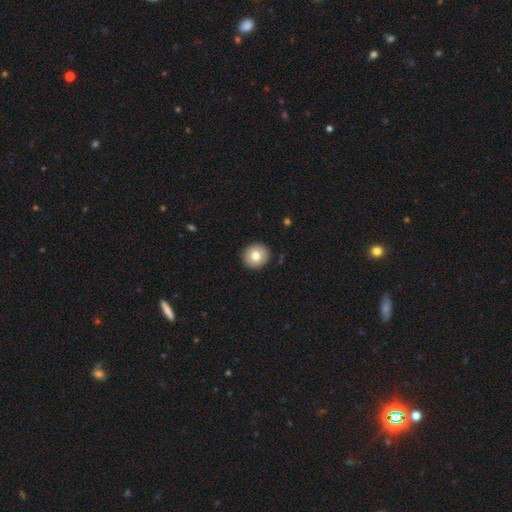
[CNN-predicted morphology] type=smooth (75%); roundness=round (88%); merging=none (92%).